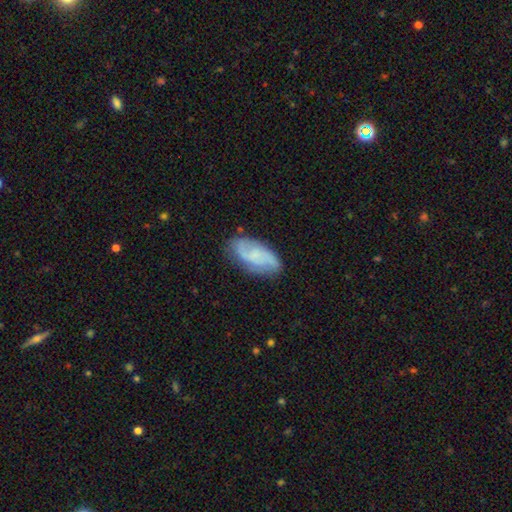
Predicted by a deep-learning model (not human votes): A featured or disk galaxy (61%) with no bar (52%), 2 (75%) medium (43%) spiral arms (92%) and a small central bulge (41%).

Vote fractions:
- Smooth or featured? featured or disk: 61% / smooth: 32% / star or artifact: 7%
- Edge-on disk? no: 95% / yes: 5%
- Bar? no: 52% / weak: 40% / strong: 8%
- Spiral arms? yes: 92% / no: 8%
- Spiral winding? medium: 43% / loose: 38% / tight: 19%
- Spiral arm count? 2: 75% / can't tell: 12% / 3: 6% / 1: 3% / 4: 2% / more than 4: 2%
- Bulge size? small: 41% / none: 39% / moderate: 16% / large: 3% / dominant: 1%
- Merging? none: 76% / minor disturbance: 17% / major disturbance: 5% / merger: 2%